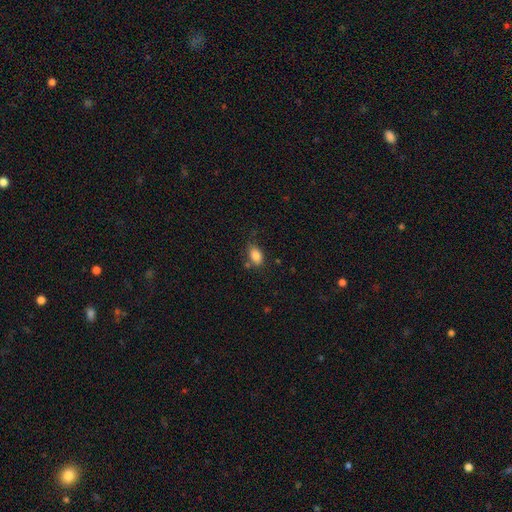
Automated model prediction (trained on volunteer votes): The model was most divided on "merging": none: 68%, minor disturbance: 20%, merger: 7%, major disturbance: 5%. More confident: how rounded — in between (89%); smooth or featured — smooth (86%).